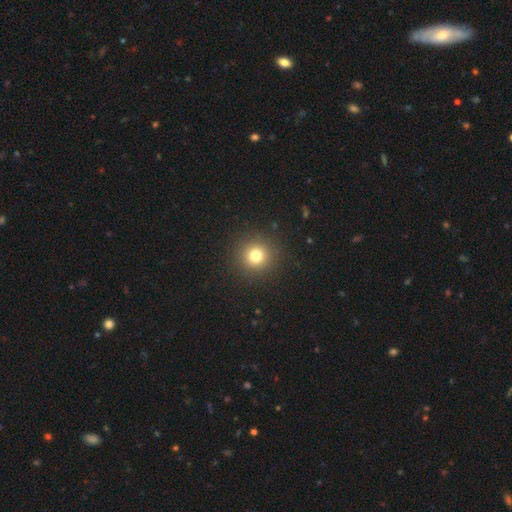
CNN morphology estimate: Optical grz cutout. It shows a smooth galaxy with no disk features (78%) that is round (95%). Merging: none (92%).